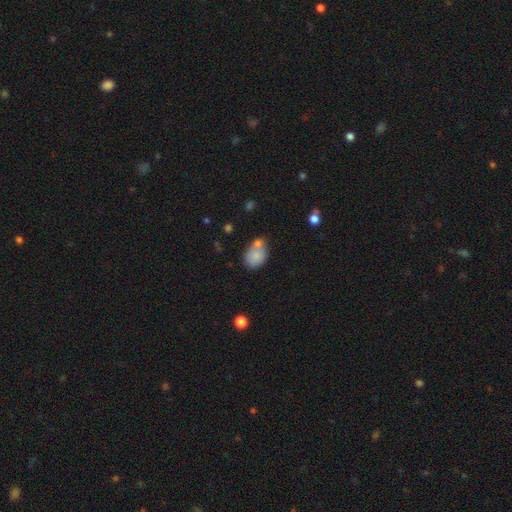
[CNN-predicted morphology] This is likely a smooth galaxy (79%). How rounded: likely in between (70%). Merging: marginally merger (40%).